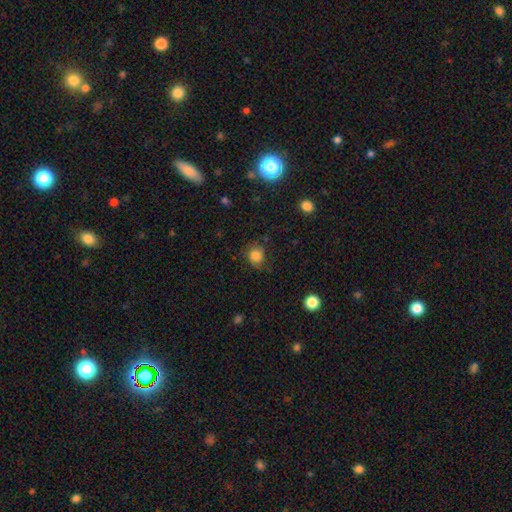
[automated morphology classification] Smooth or featured? Predicted: smooth (p=0.82). How rounded? Predicted: round (p=0.80). Merging? Predicted: none (p=0.73).